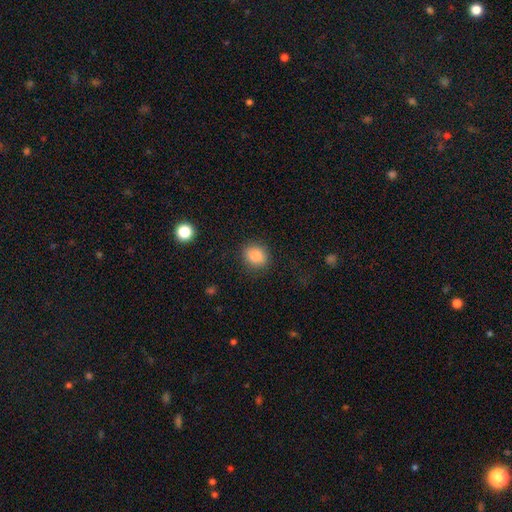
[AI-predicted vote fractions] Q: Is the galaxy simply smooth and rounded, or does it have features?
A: smooth — 86%.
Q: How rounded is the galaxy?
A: round — 65%.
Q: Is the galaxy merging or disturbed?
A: none — 83%.